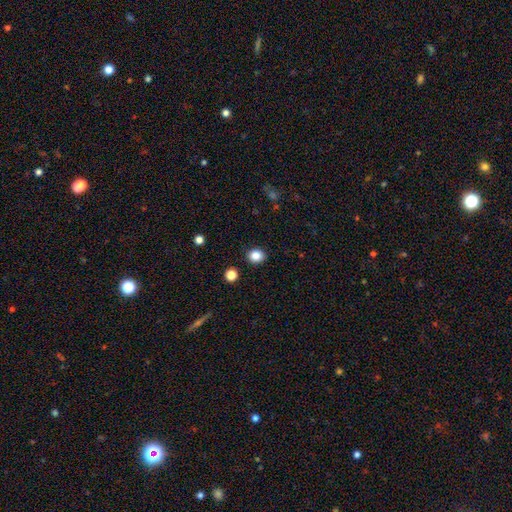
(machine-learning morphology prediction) smooth 85%, star or artifact 11%, featured or disk 4%. Down the decision tree: how rounded — round (73%); merging — none (90%).